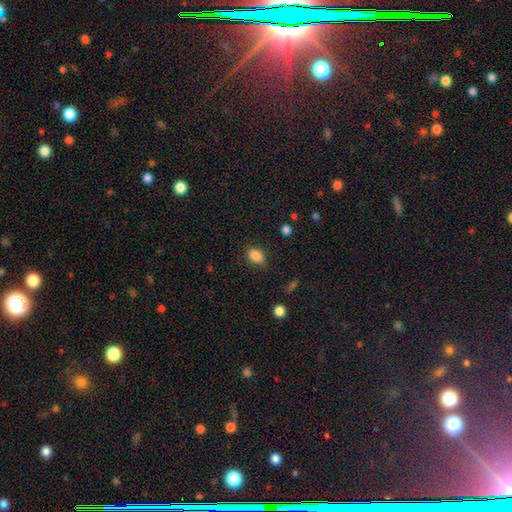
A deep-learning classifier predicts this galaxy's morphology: Smooth or featured: smooth — 86% (star or artifact — 9%)
How rounded: in between — 81% (round — 17%)
Merging: none — 80% (minor disturbance — 15%)